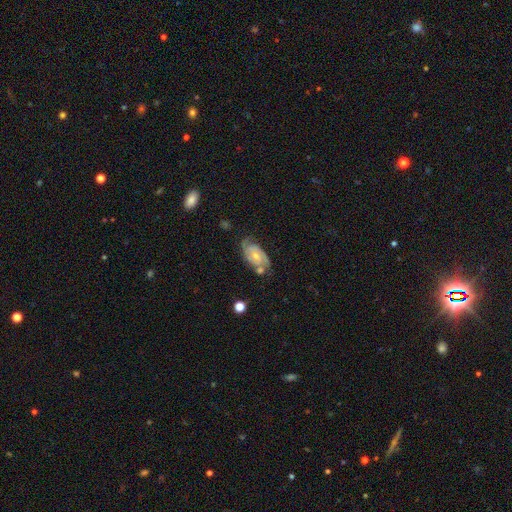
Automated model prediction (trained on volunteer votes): Smooth or featured?
  - featured or disk: 77% *
  - smooth: 16%
  - star or artifact: 6%
Edge-on disk?
  - no: 95% *
  - yes: 5%
Bar?
  - no: 65% *
  - weak: 29%
  - strong: 6%
Spiral arms?
  - yes: 94% *
  - no: 6%
Spiral winding?
  - tight: 47% *
  - medium: 40%
  - loose: 13%
Spiral arm count?
  - 2: 70% *
  - can't tell: 14%
  - 3: 8%
  - 1: 3%
  - 4: 2%
  - more than 4: 2%
Bulge size?
  - small: 50% *
  - moderate: 45%
  - none: 2%
  - large: 2%
  - dominant: 1%
Merging?
  - none: 59% *
  - minor disturbance: 22%
  - merger: 10%
  - major disturbance: 8%